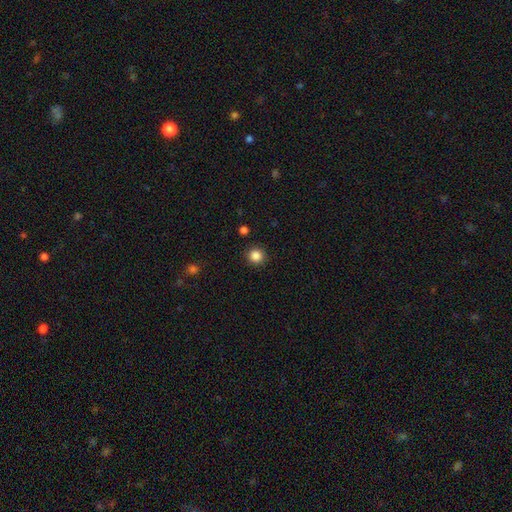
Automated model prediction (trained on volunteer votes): Overall: smooth (85%). How rounded: round (94%). Merging: none (92%).